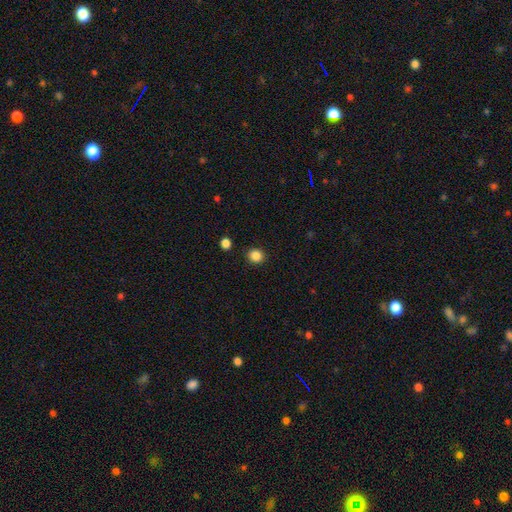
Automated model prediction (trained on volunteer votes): This is clearly a smooth galaxy (86%). How rounded: clearly round (86%). Merging: clearly none (91%).